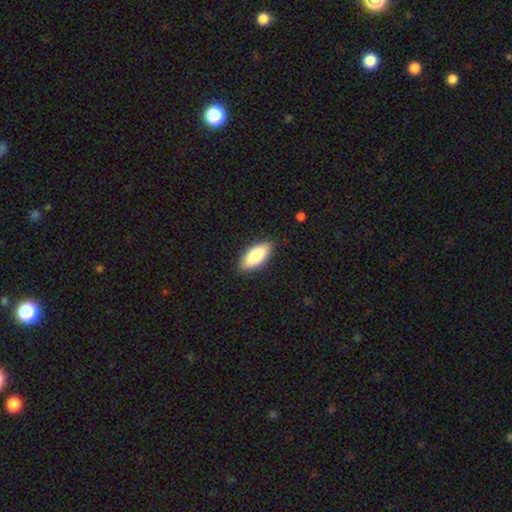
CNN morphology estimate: Smooth or featured? Predicted: smooth (p=0.84). How rounded? Predicted: in between (p=0.83). Merging? Predicted: none (p=0.86).